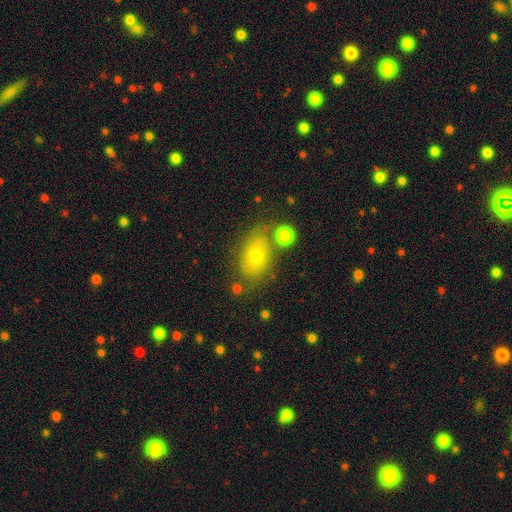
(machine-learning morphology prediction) smooth-or-featured: smooth: 61% | featured or disk: 24% | star or artifact: 15%
  how-rounded: in between: 70% | round: 28% | cigar-shaped: 2%
  merging: none: 67% | minor disturbance: 15% | merger: 12% | major disturbance: 6%